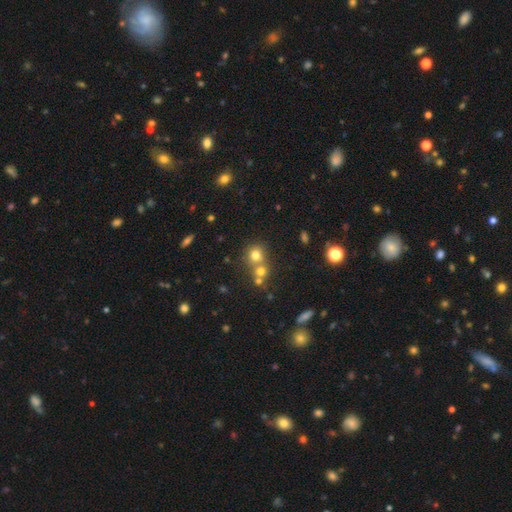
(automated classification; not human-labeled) Q: Smooth or featured?
A: smooth (72%); runner-up: star or artifact (16%)
Q: How rounded?
A: round (84%); runner-up: in between (15%)
Q: Merging?
A: none (50%); runner-up: merger (40%)